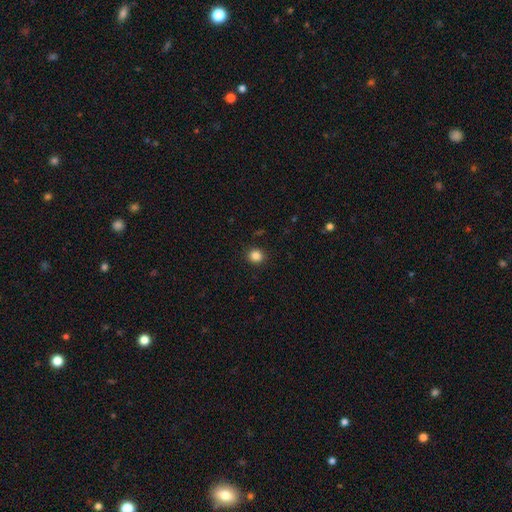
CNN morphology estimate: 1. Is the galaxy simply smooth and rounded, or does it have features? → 85% smooth, 12% star or artifact, 4% featured or disk.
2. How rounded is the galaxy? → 88% round, 11% in between, 1% cigar-shaped.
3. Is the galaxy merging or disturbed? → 91% none, 6% minor disturbance, 2% major disturbance, 1% merger.